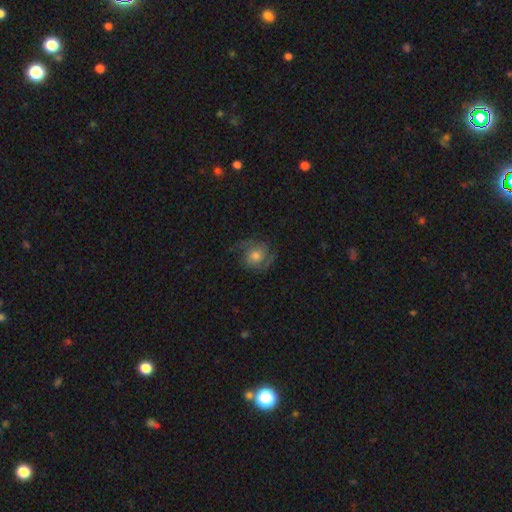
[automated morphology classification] smooth-or-featured: featured or disk: 66% | smooth: 25% | star or artifact: 9%
  disk-edge-on: no: 97% | yes: 3%
    bar: no: 72% | weak: 24% | strong: 4%
    has-spiral-arms: yes: 91% | no: 9%
      spiral-winding: medium: 49% | loose: 29% | tight: 22%
      spiral-arm-count: 2: 78% | can't tell: 9% | 3: 5% | 1: 4% | 4: 2% | more than 4: 2%
    bulge-size: moderate: 57% | small: 22% | large: 15% | none: 3% | dominant: 2%
  merging: none: 67% | minor disturbance: 18% | major disturbance: 14% | merger: 1%